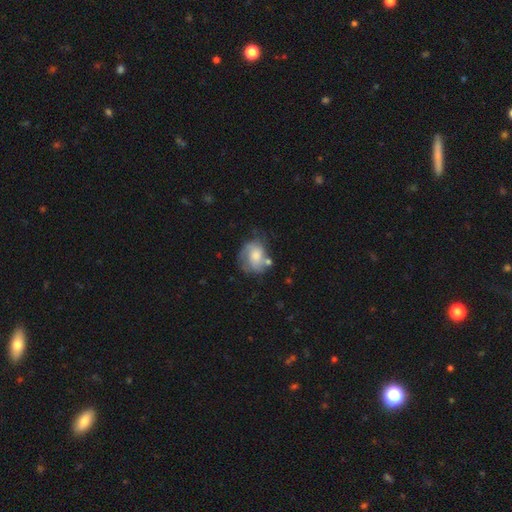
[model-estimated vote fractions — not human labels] smooth-or-featured: featured or disk: 48% | smooth: 44% | star or artifact: 8%
  merging: none: 47% | minor disturbance: 27% | major disturbance: 17% | merger: 9%